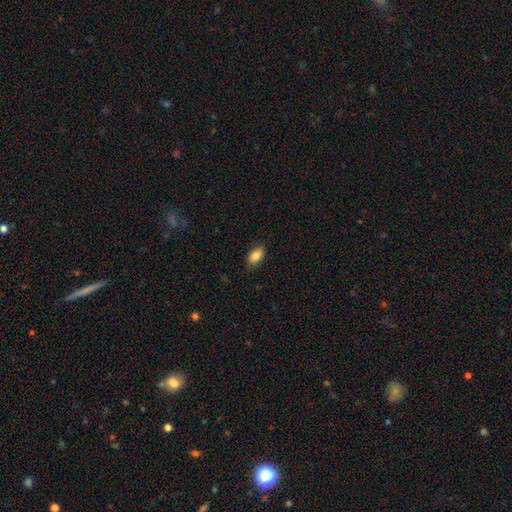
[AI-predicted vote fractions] smooth-or-featured: smooth: 85% | star or artifact: 7% | featured or disk: 7%
  how-rounded: in between: 91% | round: 7% | cigar-shaped: 2%
  merging: none: 85% | minor disturbance: 12% | major disturbance: 2% | merger: 1%